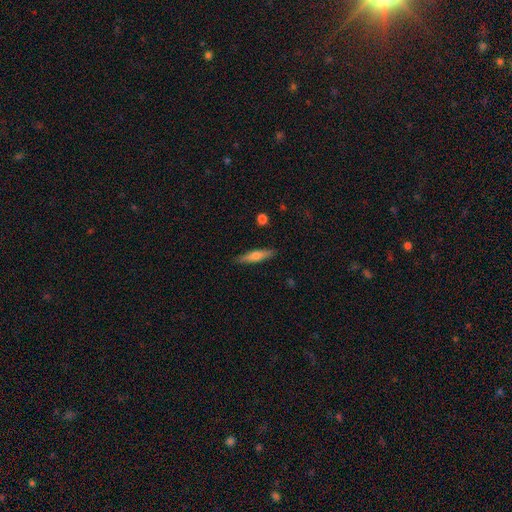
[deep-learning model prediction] Smooth or featured: smooth — 57% (featured or disk — 37%)
How rounded: cigar-shaped — 80% (in between — 18%)
Merging: none — 88% (minor disturbance — 9%)